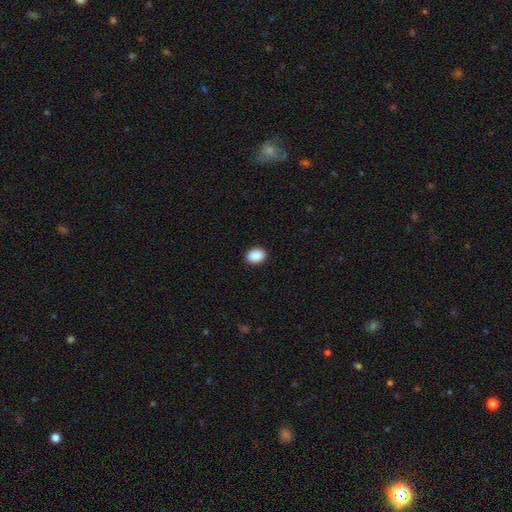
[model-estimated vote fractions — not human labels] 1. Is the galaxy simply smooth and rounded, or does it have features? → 91% smooth, 7% star or artifact, 2% featured or disk.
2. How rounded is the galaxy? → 65% in between, 35% round, 1% cigar-shaped.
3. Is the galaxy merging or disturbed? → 91% none, 6% minor disturbance, 2% major disturbance, 1% merger.